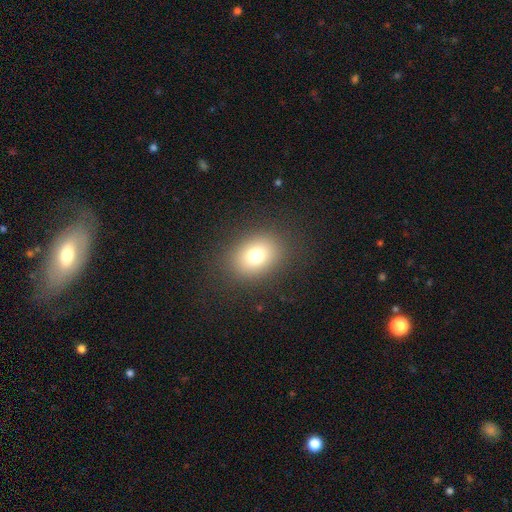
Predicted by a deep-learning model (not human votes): This appears to be a smooth galaxy with no disk features (75%) that is in between round and cigar-shaped (56%). Merging: none (86%).